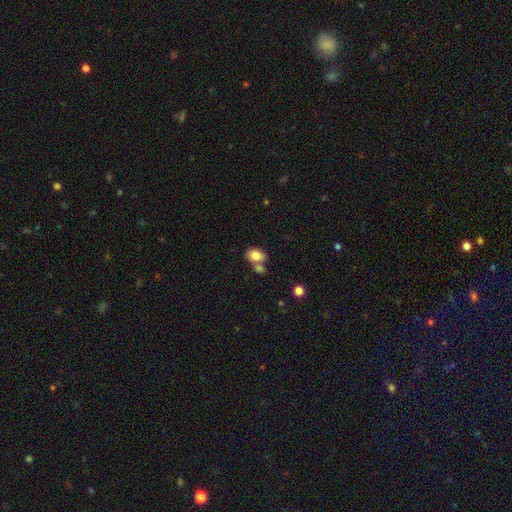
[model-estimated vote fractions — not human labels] The model was most divided on "merging": none: 52%, merger: 32%, minor disturbance: 13%, major disturbance: 4%. More confident: smooth or featured — smooth (82%); how rounded — in between (79%).